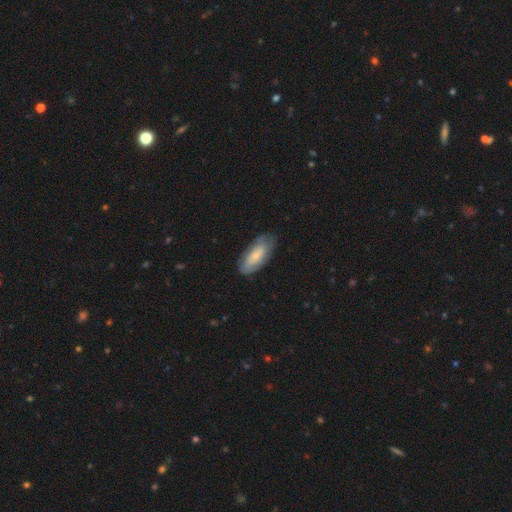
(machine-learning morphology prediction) A smooth galaxy with no disk features (66%) that is in between round and cigar-shaped (83%).

Vote fractions:
- Smooth or featured? smooth: 66% / featured or disk: 28% / star or artifact: 6%
- How rounded? in between: 83% / cigar-shaped: 15% / round: 2%
- Merging? none: 77% / minor disturbance: 18% / major disturbance: 4% / merger: 1%